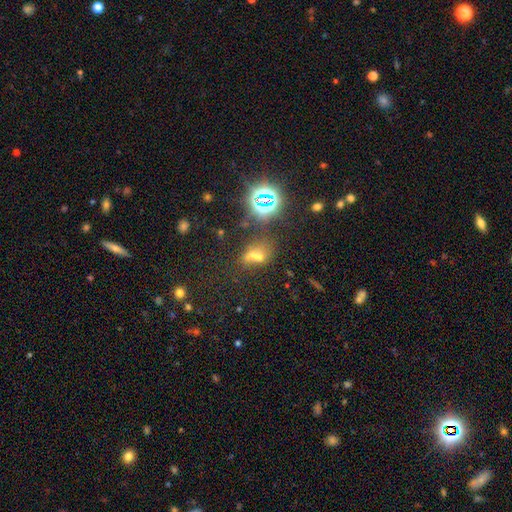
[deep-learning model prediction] Overall: smooth (46%; star or artifact 35%). Merging: none (36%; merger 30%).